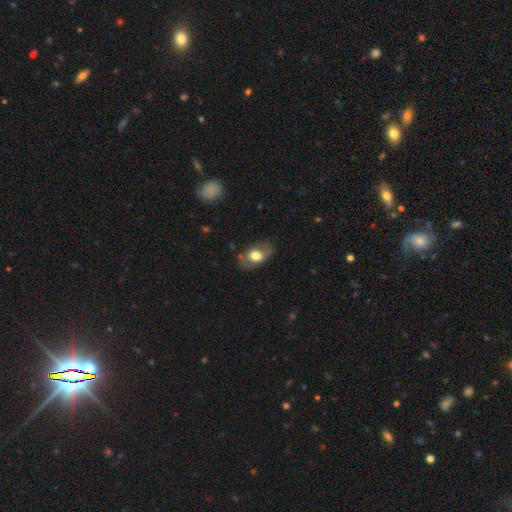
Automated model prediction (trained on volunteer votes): Smooth or featured? Predicted: smooth (p=0.63). How rounded? Predicted: in between (p=0.81). Merging? Predicted: none (p=0.70).